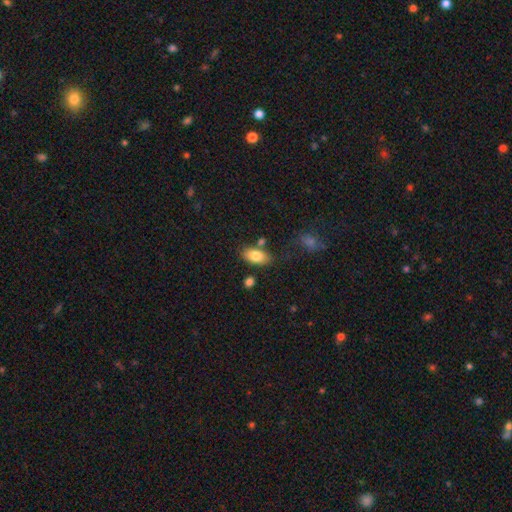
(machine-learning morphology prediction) type=smooth (82%); roundness=in between (92%); merging=none (74%).